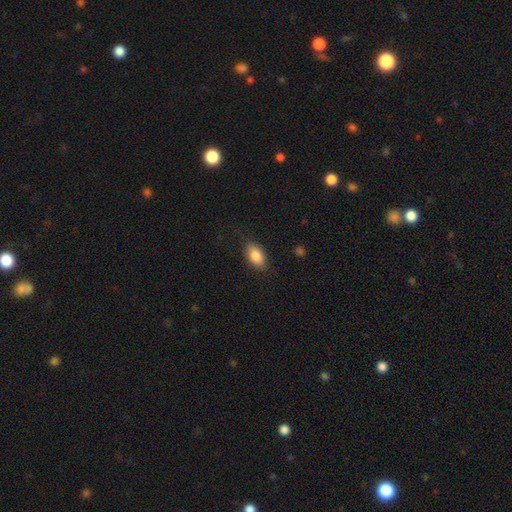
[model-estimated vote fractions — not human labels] Smooth or featured: smooth — 87% (star or artifact — 7%)
How rounded: in between — 91% (round — 5%)
Merging: none — 84% (minor disturbance — 12%)